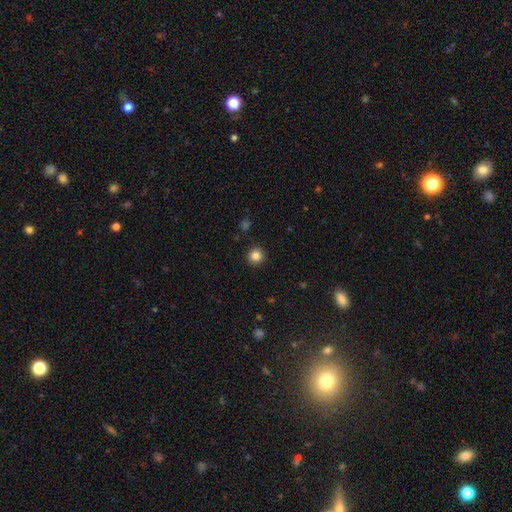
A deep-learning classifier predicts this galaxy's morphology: Smooth or featured? smooth (84%)
How rounded? round (95%)
Merging? none (92%)